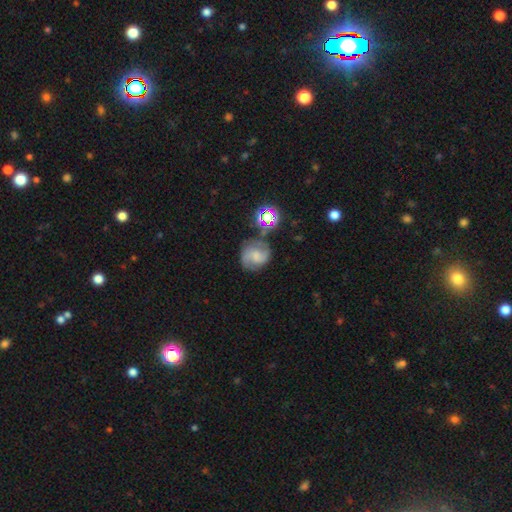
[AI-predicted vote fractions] This is possibly a featured or disk galaxy (57%). It is clearly not viewed edge-on (98%). Bar: possibly no (49%). Spiral arm pattern: clearly yes (91%). Spiral arm count: likely 2 (77%). Spiral winding: possibly medium (50%). Central bulge: marginally small (34%). Merging: likely none (64%).